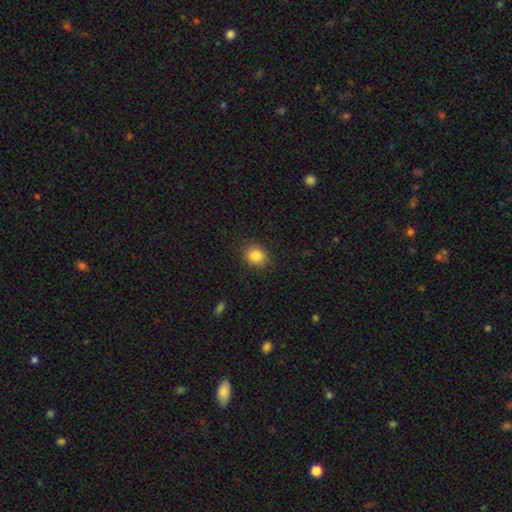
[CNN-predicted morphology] smooth 85%, star or artifact 10%, featured or disk 5%. Down the decision tree: how rounded — round (65%); merging — none (86%).